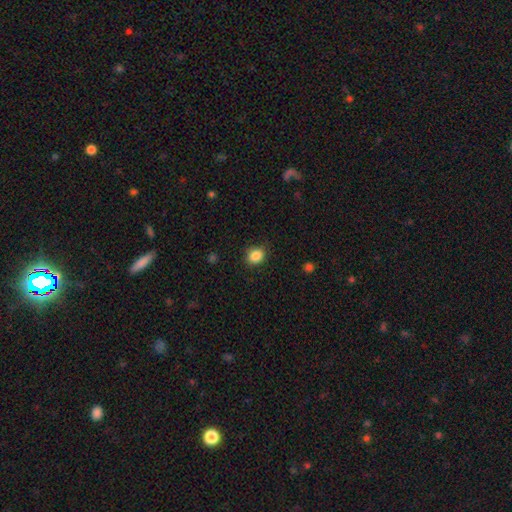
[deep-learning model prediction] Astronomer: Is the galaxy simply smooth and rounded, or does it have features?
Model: smooth — 87%.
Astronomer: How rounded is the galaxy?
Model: round — 58% (runner-up: in between, 41%).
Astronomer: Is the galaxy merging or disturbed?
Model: none — 85%.